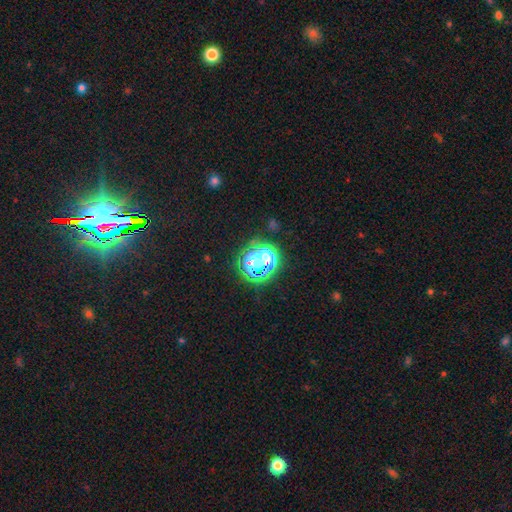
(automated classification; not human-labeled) Smooth or featured: star or artifact — 76% (smooth — 16%)